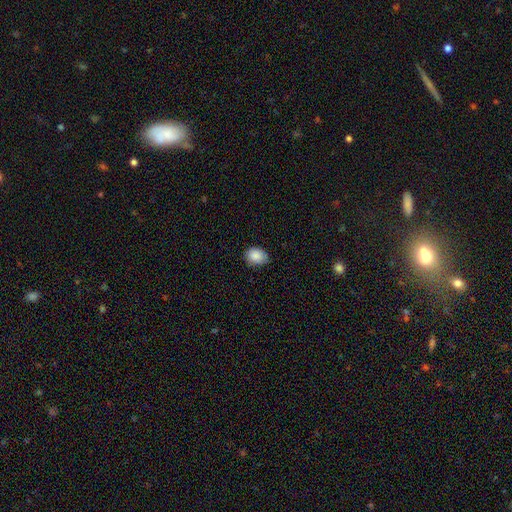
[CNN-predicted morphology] The model was most divided on "how rounded": in between: 56%, round: 43%, cigar-shaped: 1%. More confident: smooth or featured — smooth (87%); merging — none (71%).